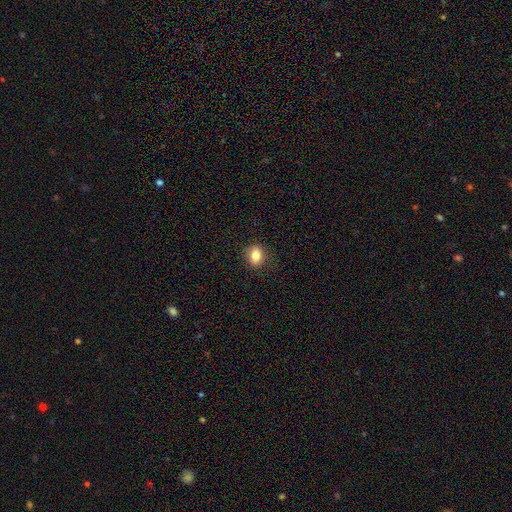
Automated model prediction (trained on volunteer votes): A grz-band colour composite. It shows a smooth galaxy with no disk features (82%) that is in between round and cigar-shaped (66%). Merging: none (85%).